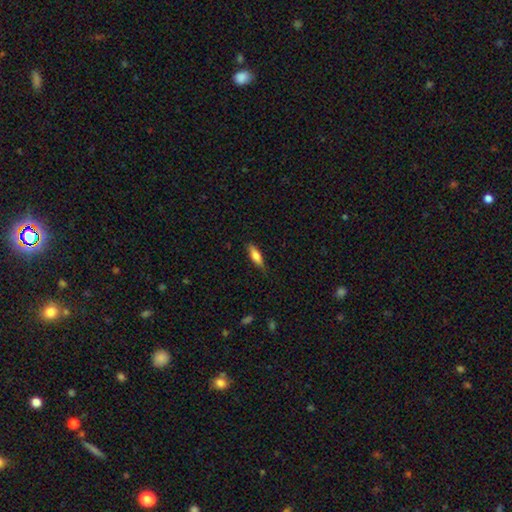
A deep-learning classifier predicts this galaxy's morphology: The model was most divided on "how rounded": cigar-shaped: 51%, in between: 47%, round: 2%. More confident: merging — none (80%); smooth or featured — smooth (73%).